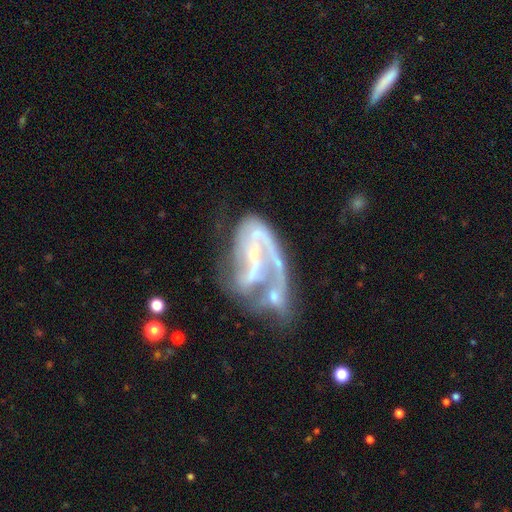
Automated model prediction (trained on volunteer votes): Morphology: type=featured or disk (86%); edge-on=no (97%); bar=weak (36%); spiral arms=yes (89%); winding=medium (44%); arm count=2 (59%); bulge=small (73%); merging=merger (33%).